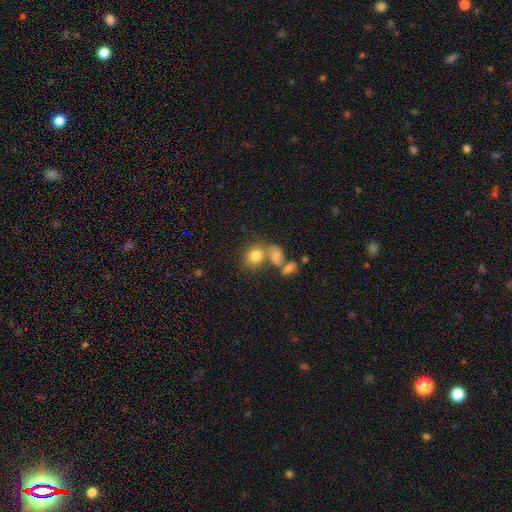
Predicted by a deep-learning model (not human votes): The model was most divided on "merging": none: 48%, merger: 35%, minor disturbance: 11%, major disturbance: 6%. More confident: smooth or featured — smooth (78%); how rounded — round (64%).